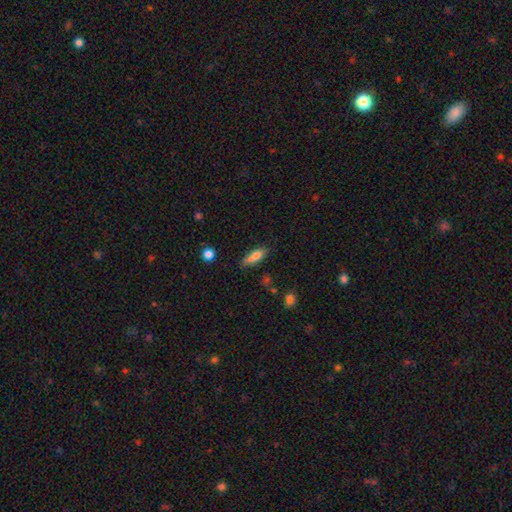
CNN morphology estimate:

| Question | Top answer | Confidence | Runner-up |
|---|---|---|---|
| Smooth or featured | smooth | 74% | featured or disk (17%) |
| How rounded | in between | 61% | cigar-shaped (36%) |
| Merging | none | 53% | minor disturbance (29%) |